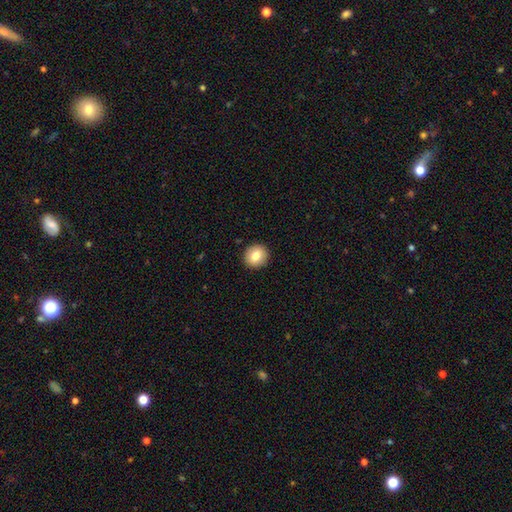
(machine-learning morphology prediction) Smooth or featured: smooth — 81% (featured or disk — 11%)
How rounded: round — 90% (in between — 9%)
Merging: none — 92% (minor disturbance — 5%)